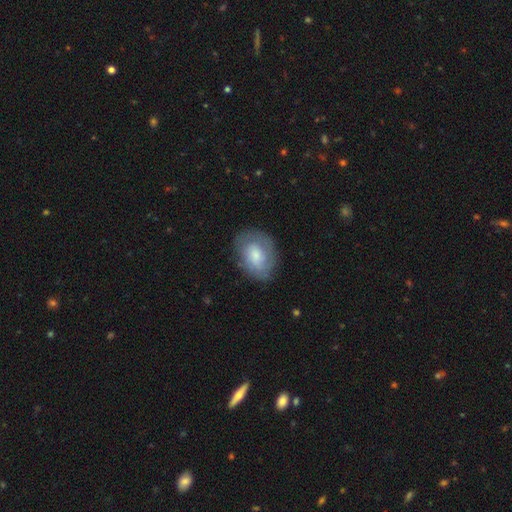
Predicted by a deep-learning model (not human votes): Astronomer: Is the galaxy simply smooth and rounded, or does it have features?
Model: smooth — 49% (runner-up: featured or disk, 43%).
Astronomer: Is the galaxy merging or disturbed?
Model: none — 74%.